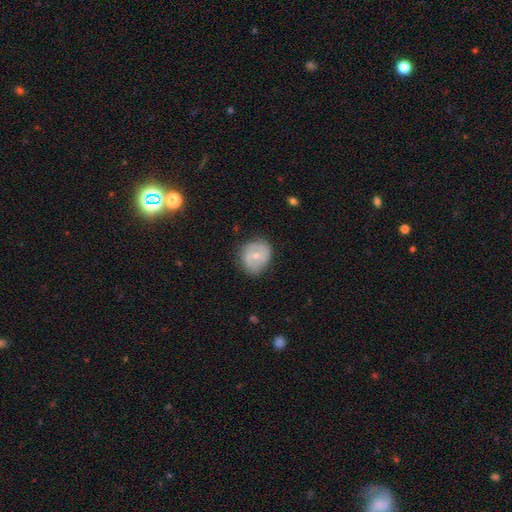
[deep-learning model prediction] A smooth galaxy with no disk features (50%).

Vote fractions:
- Smooth or featured? smooth: 50% / featured or disk: 43% / star or artifact: 7%
- Merging? none: 71% / minor disturbance: 22% / major disturbance: 6% / merger: 1%